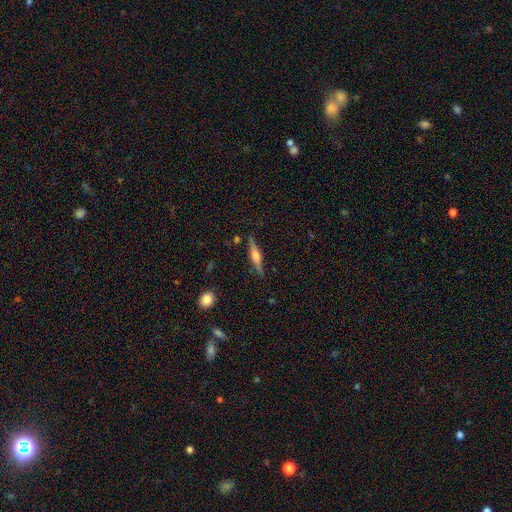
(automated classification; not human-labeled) The model was most divided on "smooth or featured": featured or disk: 72%, smooth: 21%, star or artifact: 6%. More confident: edge-on disk — yes (98%); merging — none (87%); edge-on bulge — rounded (84%).